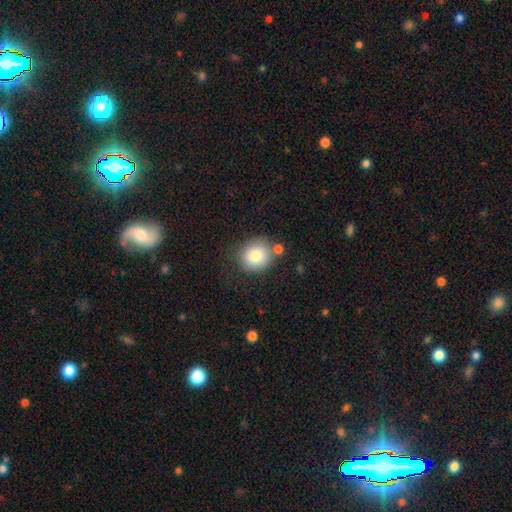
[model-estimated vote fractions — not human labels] Q: Smooth or featured?
A: smooth (81%); runner-up: featured or disk (10%)
Q: How rounded?
A: round (81%); runner-up: in between (18%)
Q: Merging?
A: none (69%); runner-up: minor disturbance (15%)